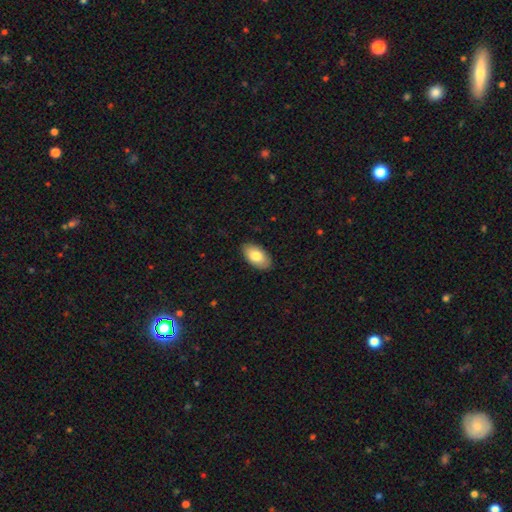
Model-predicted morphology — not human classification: The model was most divided on "smooth or featured": smooth: 82%, featured or disk: 12%, star or artifact: 6%. More confident: how rounded — in between (95%); merging — none (88%).